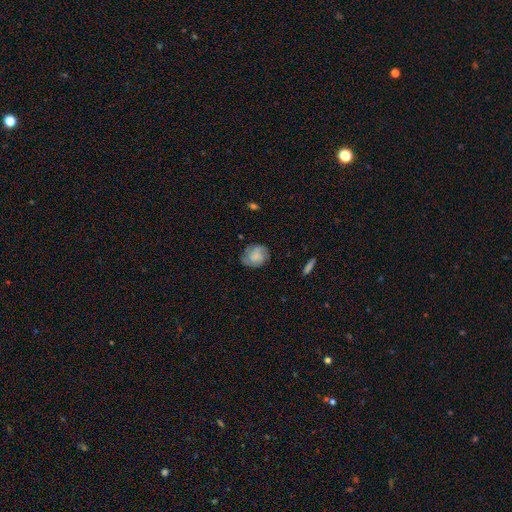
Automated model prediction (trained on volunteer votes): A smooth galaxy with no disk features (54%) that is round (65%). Merging: none (68%).